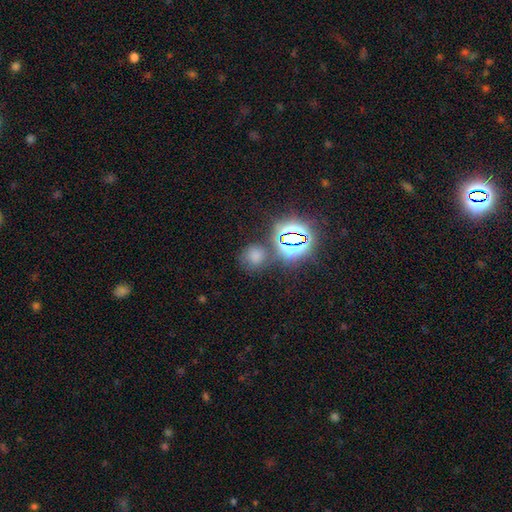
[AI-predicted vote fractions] The model was most divided on "smooth or featured": smooth: 62%, star or artifact: 31%, featured or disk: 7%. More confident: how rounded — round (83%); merging — none (70%).